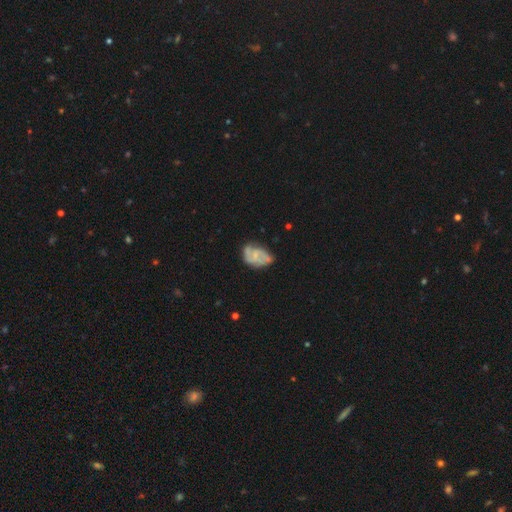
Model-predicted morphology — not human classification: Smooth or featured? featured or disk (61%)
Edge-on disk? no (98%)
Bar? no (60%)
Spiral arms? yes (74%)
Bulge size? small (45%)
Merging? none (47%)